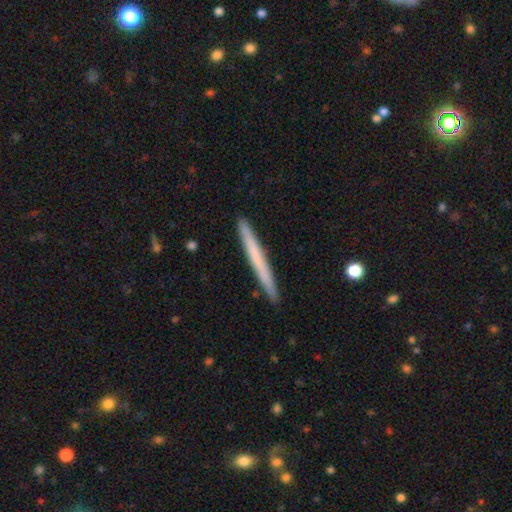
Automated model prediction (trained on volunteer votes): A smooth galaxy with no disk features (59%) that is cigar-shaped (97%).

Vote fractions:
- Smooth or featured? smooth: 59% / featured or disk: 35% / star or artifact: 5%
- How rounded? cigar-shaped: 97% / in between: 1% / round: 1%
- Merging? none: 92% / minor disturbance: 6% / major disturbance: 1% / merger: 1%